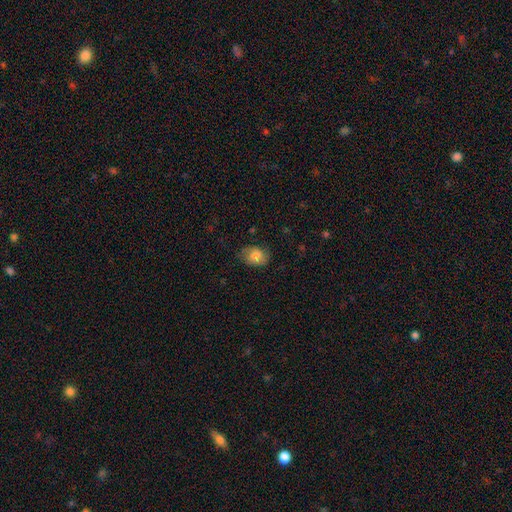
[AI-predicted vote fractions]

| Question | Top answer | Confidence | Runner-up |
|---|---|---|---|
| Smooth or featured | smooth | 77% | featured or disk (15%) |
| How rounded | in between | 71% | round (28%) |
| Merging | none | 70% | minor disturbance (22%) |